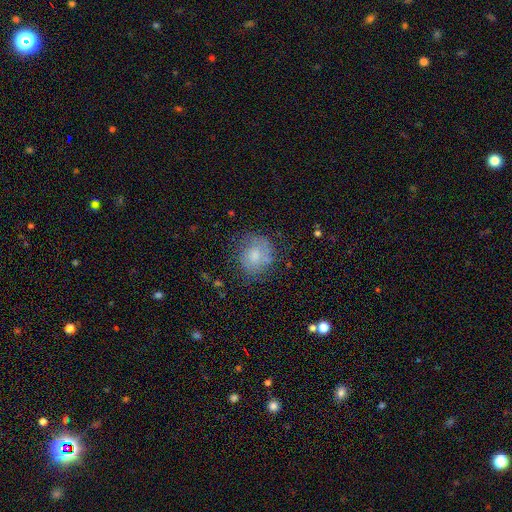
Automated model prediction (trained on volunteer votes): Smooth or featured? Predicted: smooth (p=0.63). How rounded? Predicted: round (p=0.75). Merging? Predicted: none (p=0.62).